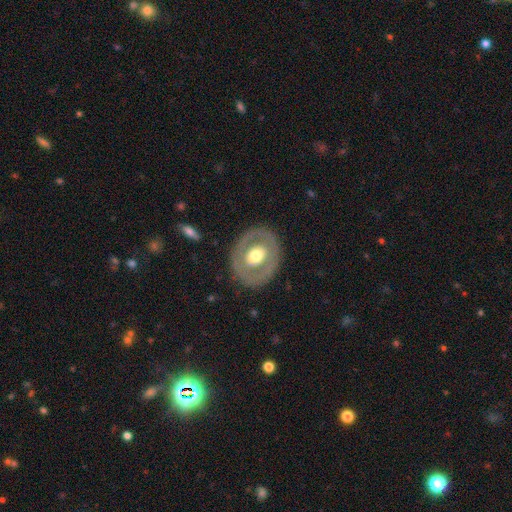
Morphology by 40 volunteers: Volunteers were most divided on "smooth or featured": featured or disk: 48%, smooth: 42%, star or artifact: 10%. More confident: edge-on disk — no (100%); spiral arms — no (100%); merging — none (89%); bar — no (63%); bulge size — moderate (53%).